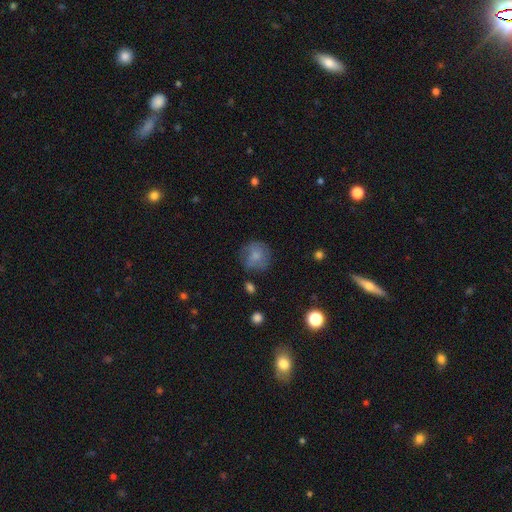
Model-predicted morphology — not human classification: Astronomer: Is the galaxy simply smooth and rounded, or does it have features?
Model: smooth — 70%.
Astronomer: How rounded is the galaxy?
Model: round — 85%.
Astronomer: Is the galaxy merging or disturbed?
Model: none — 63%.